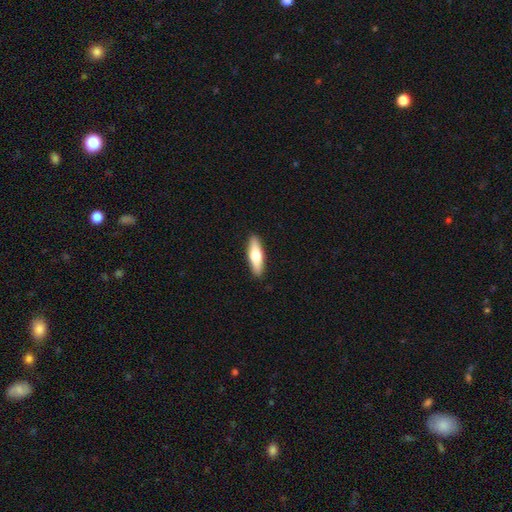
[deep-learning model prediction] This is likely a smooth galaxy (61%). How rounded: likely cigar-shaped (62%). Merging: clearly none (91%).